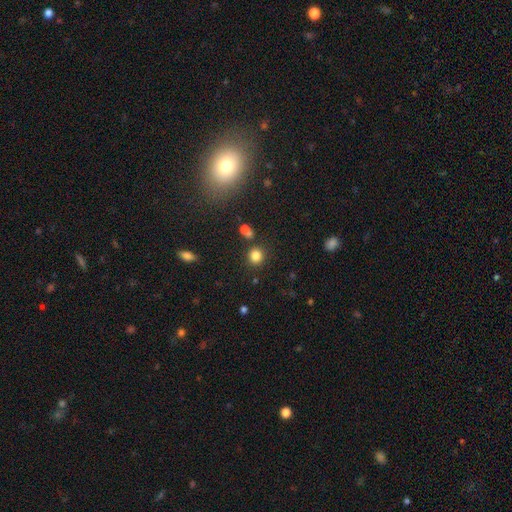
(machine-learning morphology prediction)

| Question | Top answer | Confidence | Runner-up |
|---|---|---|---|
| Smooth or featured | smooth | 82% | star or artifact (13%) |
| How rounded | round | 83% | in between (16%) |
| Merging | none | 79% | minor disturbance (9%) |